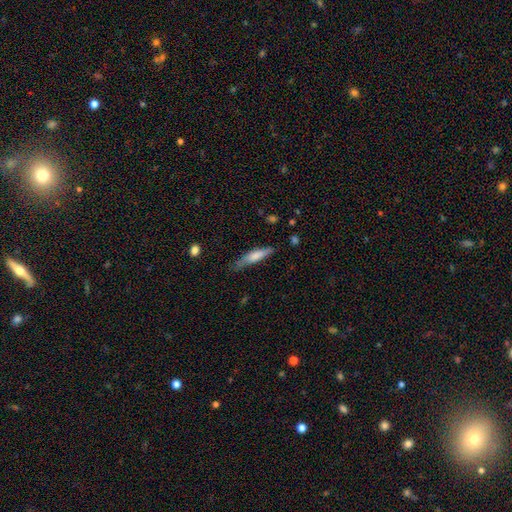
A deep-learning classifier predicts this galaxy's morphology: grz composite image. It shows a smooth galaxy with no disk features (69%) that is cigar-shaped (79%). Merging: none (65%).